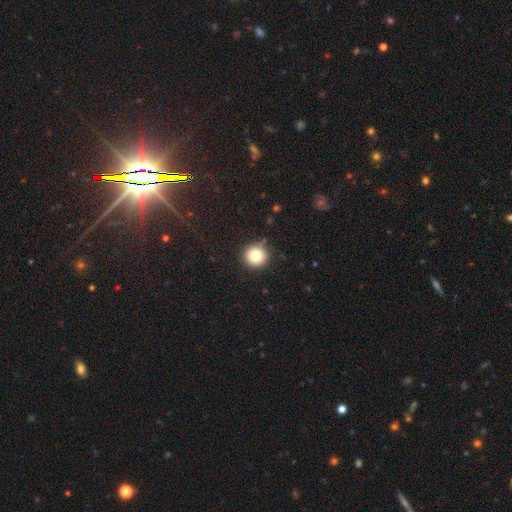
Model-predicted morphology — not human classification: Q: Smooth or featured?
A: smooth (80%); runner-up: star or artifact (12%)
Q: How rounded?
A: round (95%); runner-up: in between (4%)
Q: Merging?
A: none (88%); runner-up: minor disturbance (8%)